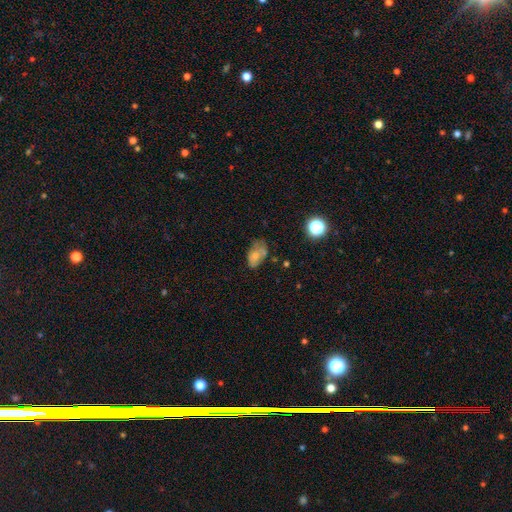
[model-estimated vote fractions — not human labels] smooth_or_featured: smooth (p=0.55) [alt: featured or disk p=0.33]
how_rounded: in between (p=0.87) [alt: round p=0.10]
merging: none (p=0.40) [alt: minor disturbance p=0.32]